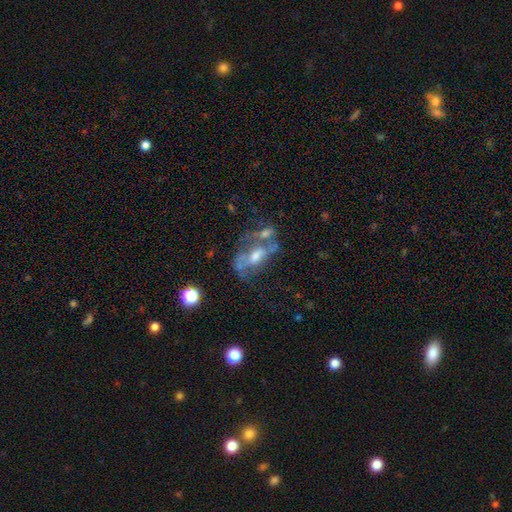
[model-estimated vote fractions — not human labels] Overall: featured or disk (65%). Edge-on disk: no (92%). Bar: no (53%; weak 32%). Spiral arms: no (54%; yes 46%). Bulge size: moderate (53%; small 26%). Merging: none (30%, tied with merger).